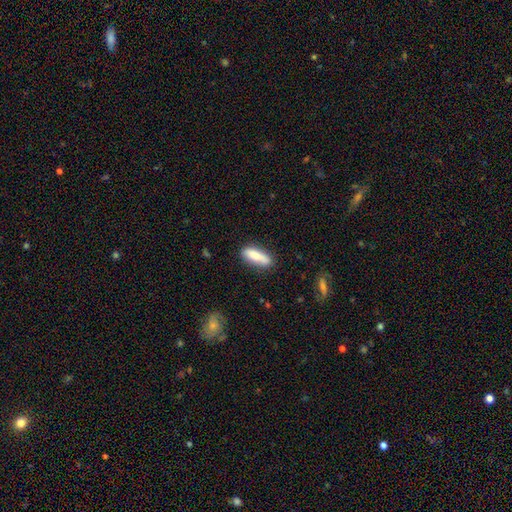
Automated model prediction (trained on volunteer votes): Smooth or featured? Predicted: smooth (p=0.79). How rounded? Predicted: in between (p=0.54). Merging? Predicted: none (p=0.76).